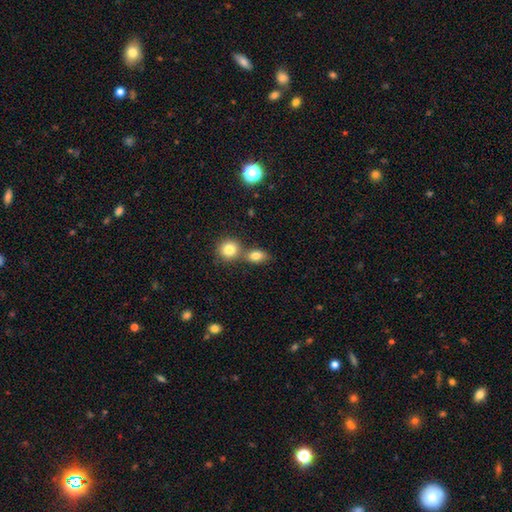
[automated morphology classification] Smooth or featured?
  - smooth: 81% *
  - star or artifact: 10%
  - featured or disk: 9%
How rounded?
  - in between: 66% *
  - round: 31%
  - cigar-shaped: 3%
Merging?
  - none: 50% *
  - merger: 37%
  - minor disturbance: 10%
  - major disturbance: 3%